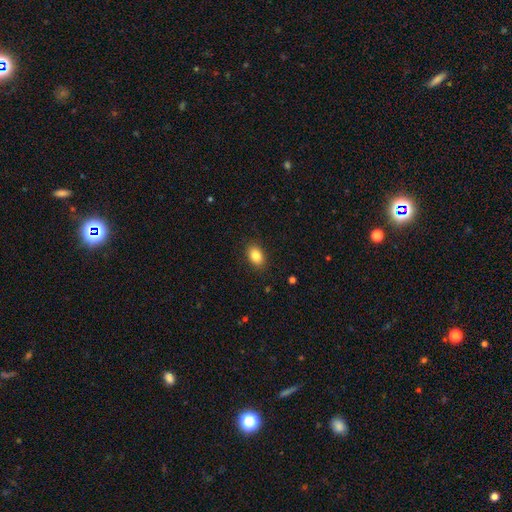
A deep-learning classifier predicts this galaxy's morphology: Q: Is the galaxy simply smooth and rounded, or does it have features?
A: smooth — 85%.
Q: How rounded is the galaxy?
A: in between — 83%.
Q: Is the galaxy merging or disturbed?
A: none — 89%.